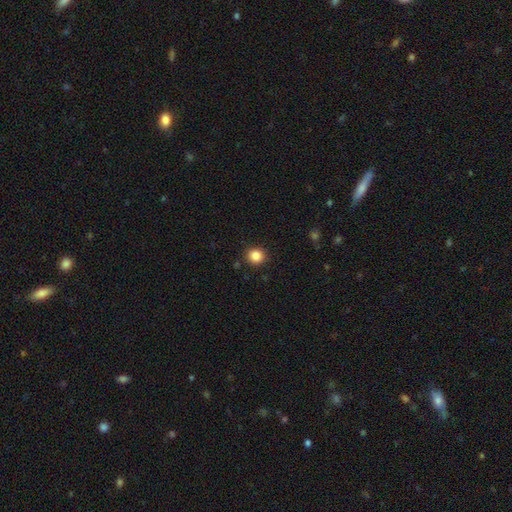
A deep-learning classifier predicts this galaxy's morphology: smooth_or_featured: smooth (p=0.86) [alt: star or artifact p=0.10]
how_rounded: round (p=0.89) [alt: in between p=0.10]
merging: none (p=0.90) [alt: minor disturbance p=0.07]